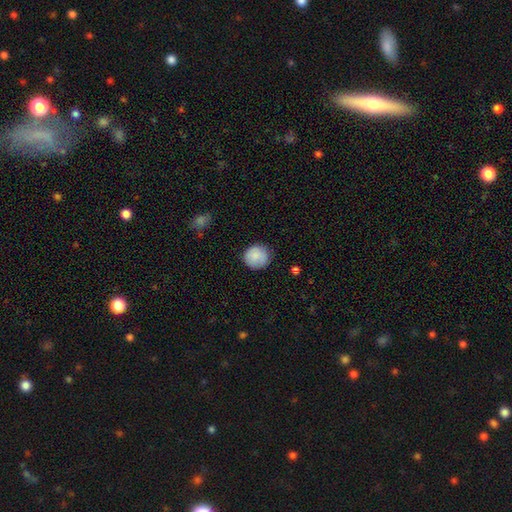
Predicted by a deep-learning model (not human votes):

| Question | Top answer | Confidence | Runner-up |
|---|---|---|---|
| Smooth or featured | smooth | 86% | star or artifact (7%) |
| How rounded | round | 91% | in between (8%) |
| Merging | none | 83% | minor disturbance (13%) |